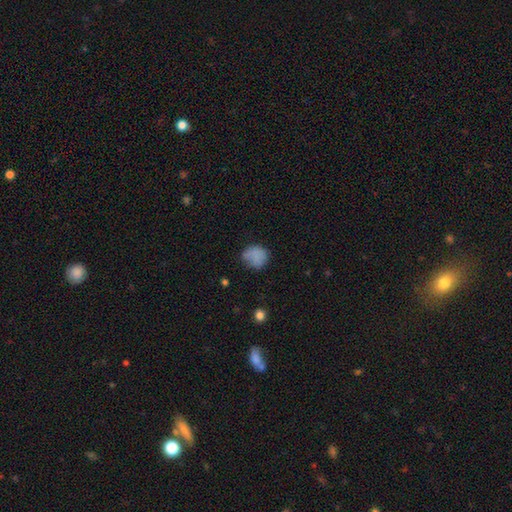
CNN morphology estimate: The model was most divided on "merging": none: 58%, minor disturbance: 29%, major disturbance: 10%, merger: 2%. More confident: smooth or featured — smooth (81%); how rounded — round (75%).